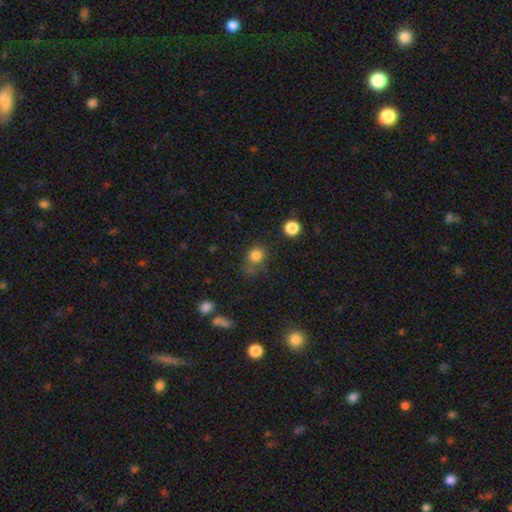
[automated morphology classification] Overall: smooth (81%). How rounded: round (73%). Merging: none (60%; minor disturbance 23%).